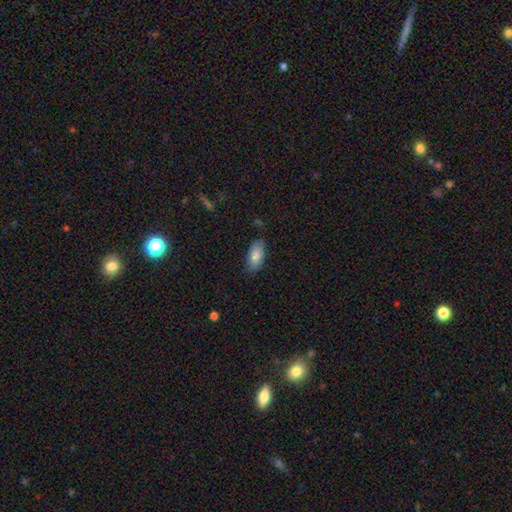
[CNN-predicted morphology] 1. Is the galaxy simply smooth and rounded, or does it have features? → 84% smooth, 9% featured or disk, 6% star or artifact.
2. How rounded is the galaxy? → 88% in between, 10% cigar-shaped, 2% round.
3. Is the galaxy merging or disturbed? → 81% none, 15% minor disturbance, 3% major disturbance, 1% merger.